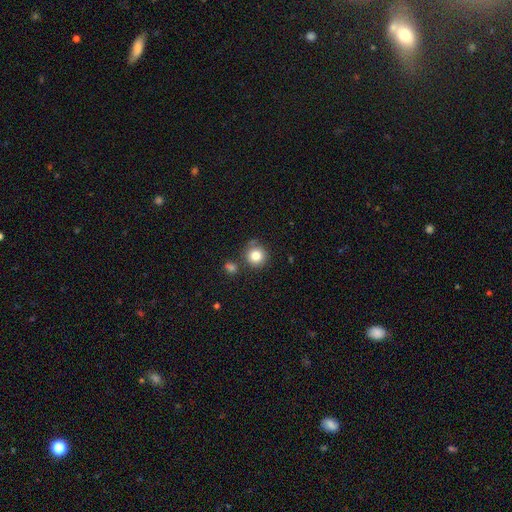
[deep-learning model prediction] smooth 82%, star or artifact 10%, featured or disk 8%. Down the decision tree: how rounded — round (93%); merging — none (76%).